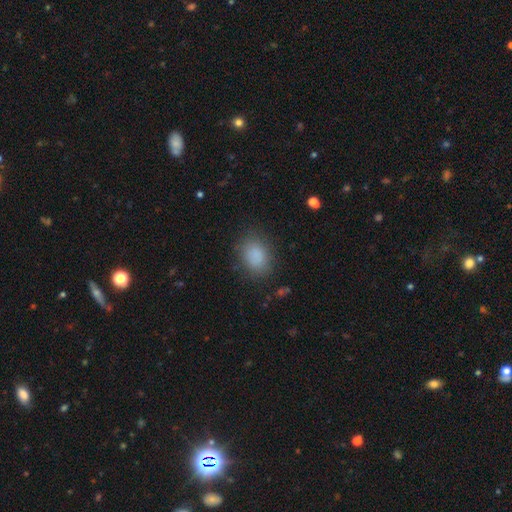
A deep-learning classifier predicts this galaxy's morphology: smooth 86%, star or artifact 9%, featured or disk 5%. Down the decision tree: how rounded — in between (68%); merging — none (81%).